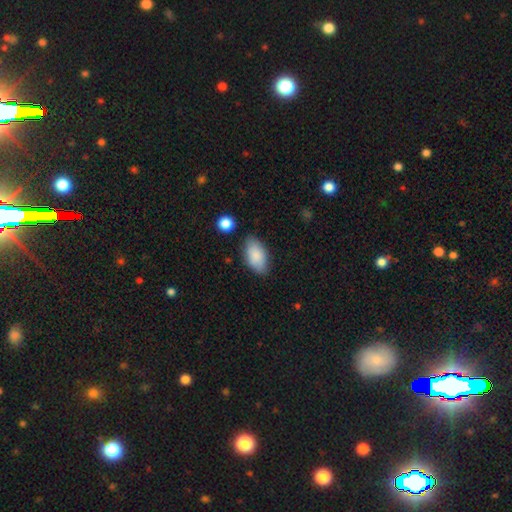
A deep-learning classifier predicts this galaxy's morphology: Overall: smooth (86%). How rounded: in between (94%). Merging: none (77%).